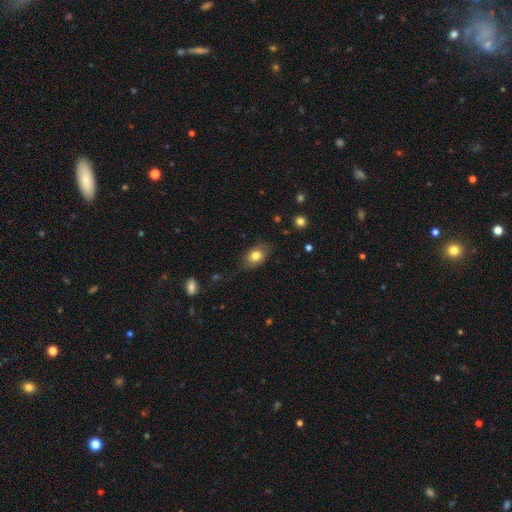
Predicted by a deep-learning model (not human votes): Q: Smooth or featured?
A: smooth (76%); runner-up: featured or disk (16%)
Q: How rounded?
A: in between (77%); runner-up: round (21%)
Q: Merging?
A: none (69%); runner-up: minor disturbance (23%)